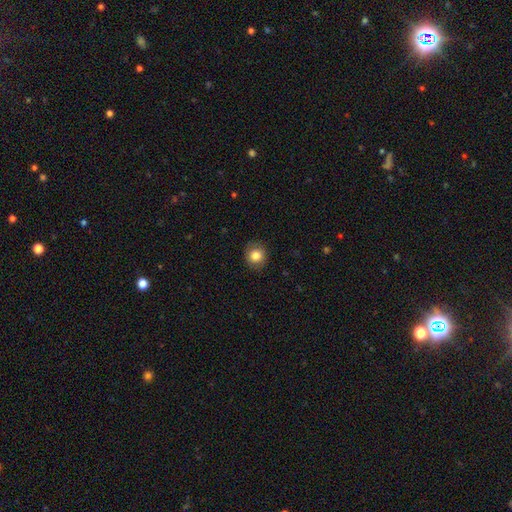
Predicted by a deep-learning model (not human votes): smooth-or-featured: smooth: 83% | star or artifact: 10% | featured or disk: 7%
  how-rounded: round: 86% | in between: 13% | cigar-shaped: 1%
  merging: none: 88% | minor disturbance: 8% | major disturbance: 2% | merger: 1%